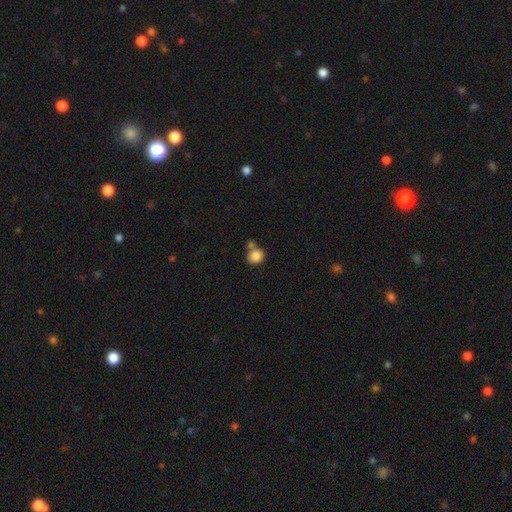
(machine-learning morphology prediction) A smooth galaxy with no disk features (85%) that is round (86%).

Vote fractions:
- Smooth or featured? smooth: 85% / star or artifact: 9% / featured or disk: 6%
- How rounded? round: 86% / in between: 13% / cigar-shaped: 1%
- Merging? none: 55% / merger: 29% / minor disturbance: 12% / major disturbance: 4%